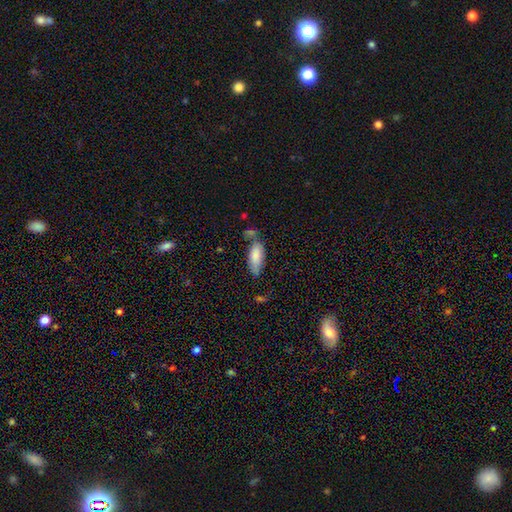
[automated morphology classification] Q: Smooth or featured?
A: smooth (83%); runner-up: featured or disk (11%)
Q: How rounded?
A: in between (80%); runner-up: cigar-shaped (18%)
Q: Merging?
A: none (52%); runner-up: minor disturbance (25%)